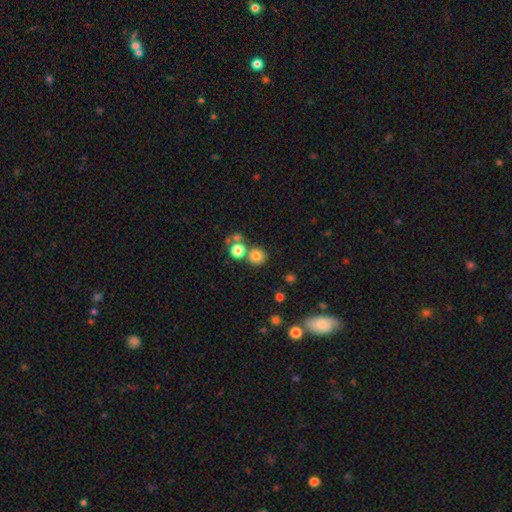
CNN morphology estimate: type=smooth (78%); roundness=round (91%); merging=none (71%).